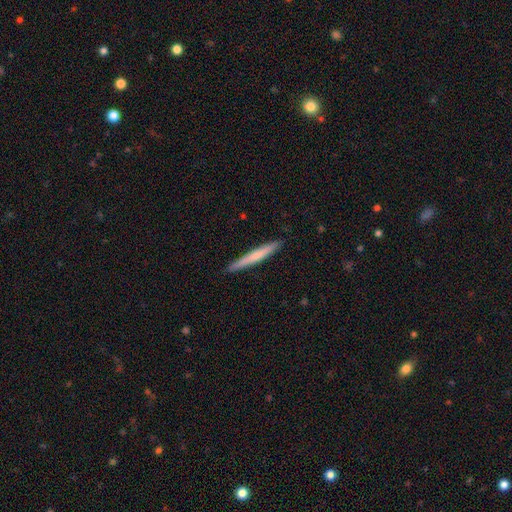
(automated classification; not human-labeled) smooth-or-featured: smooth: 61% | featured or disk: 34% | star or artifact: 5%
  how-rounded: cigar-shaped: 97% | in between: 2% | round: 1%
  merging: none: 91% | minor disturbance: 6% | major disturbance: 1% | merger: 1%